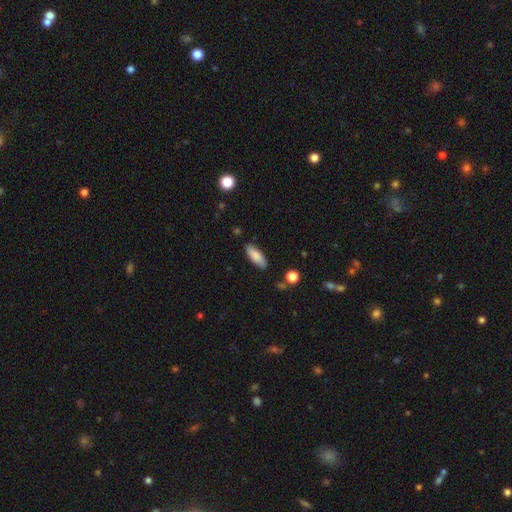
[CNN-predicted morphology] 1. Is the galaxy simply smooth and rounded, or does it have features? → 85% smooth, 9% featured or disk, 6% star or artifact.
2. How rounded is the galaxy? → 69% in between, 29% cigar-shaped, 2% round.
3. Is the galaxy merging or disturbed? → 84% none, 12% minor disturbance, 2% major disturbance, 2% merger.